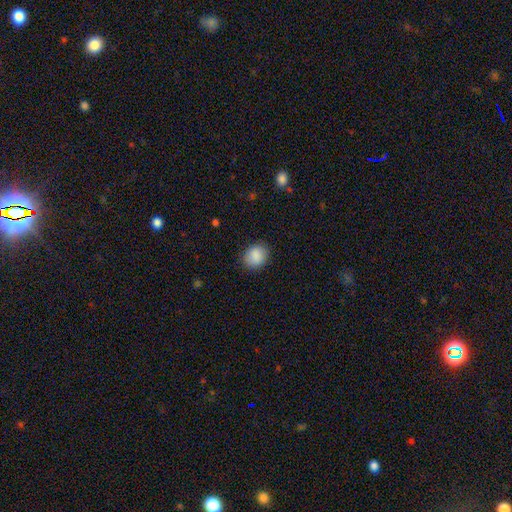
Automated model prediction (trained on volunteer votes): Morphology: type=smooth (89%); roundness=round (61%); merging=none (86%).